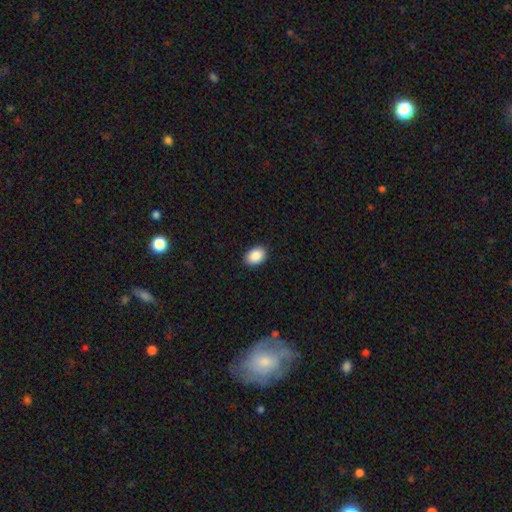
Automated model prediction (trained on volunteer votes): This is clearly a smooth galaxy (89%). How rounded: clearly in between (81%). Merging: clearly none (89%).